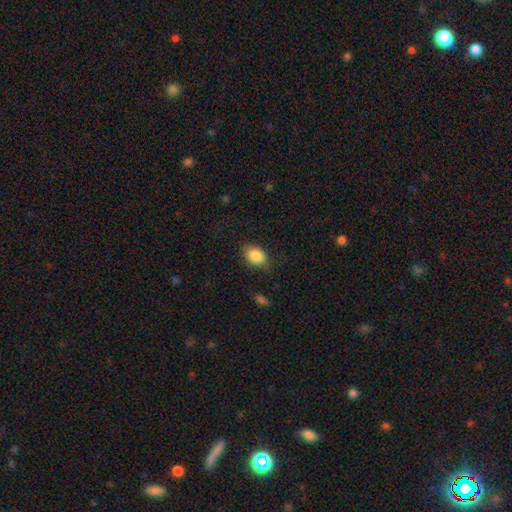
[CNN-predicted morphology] Smooth or featured: smooth — 86% (star or artifact — 8%)
How rounded: in between — 79% (round — 20%)
Merging: none — 74% (minor disturbance — 20%)